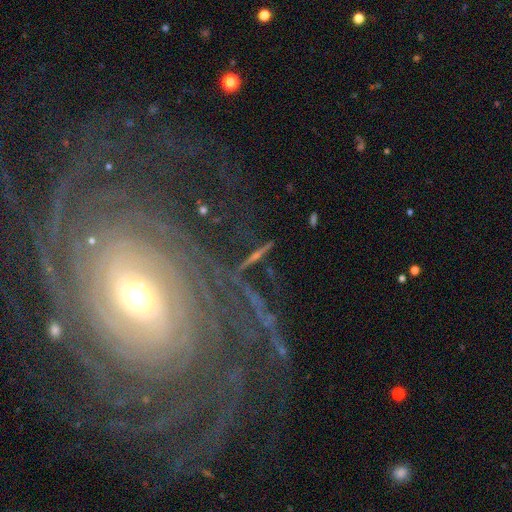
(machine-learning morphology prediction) A featured or disk galaxy (53%) viewed edge-on (77%).

Vote fractions:
- Smooth or featured? featured or disk: 53% / star or artifact: 26% / smooth: 21%
- Edge-on disk? yes: 77% / no: 23%
- Merging? none: 81% / minor disturbance: 10% / major disturbance: 5% / merger: 4%